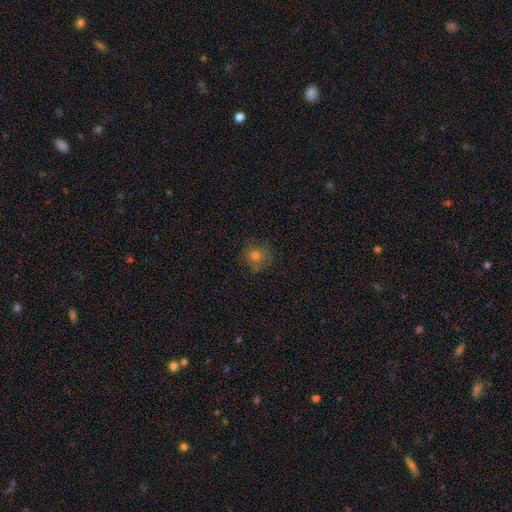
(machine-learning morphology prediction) Smooth or featured? Predicted: smooth (p=0.68). How rounded? Predicted: round (p=0.91). Merging? Predicted: none (p=0.80).